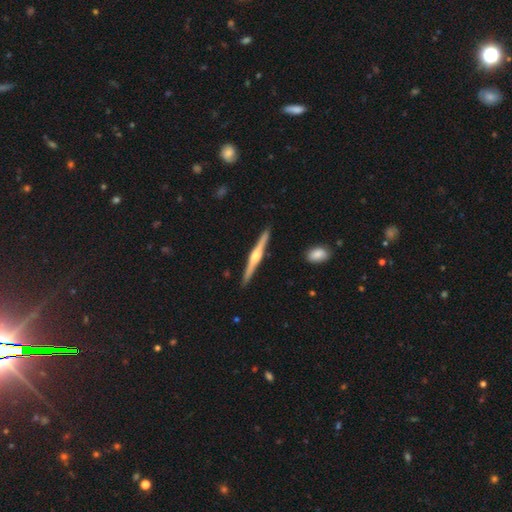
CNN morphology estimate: A featured or disk galaxy (79%) viewed edge-on (98%) with a rounded central bulge (92%). Merging: none (92%).